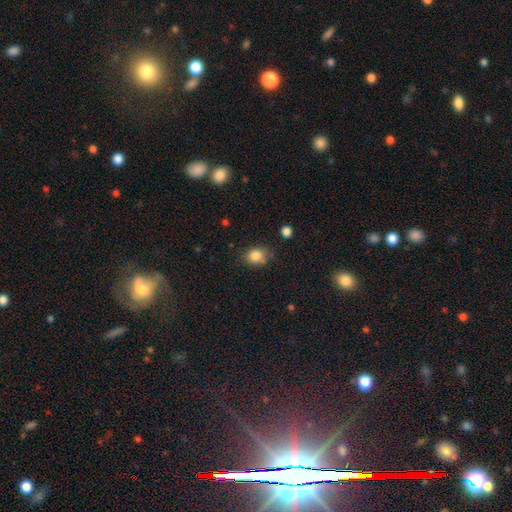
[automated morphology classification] Smooth or featured?
  - smooth: 84% *
  - star or artifact: 10%
  - featured or disk: 6%
How rounded?
  - round: 54% *
  - in between: 45%
  - cigar-shaped: 1%
Merging?
  - none: 69% *
  - minor disturbance: 21%
  - merger: 6%
  - major disturbance: 5%